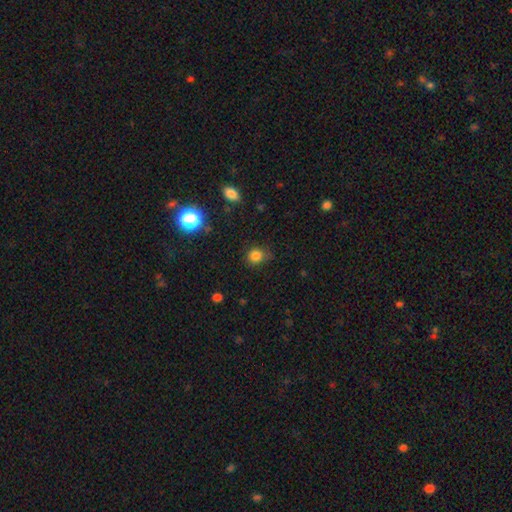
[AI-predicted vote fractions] Q: Smooth or featured?
A: smooth (81%); runner-up: star or artifact (14%)
Q: How rounded?
A: round (80%); runner-up: in between (19%)
Q: Merging?
A: none (72%); runner-up: minor disturbance (21%)